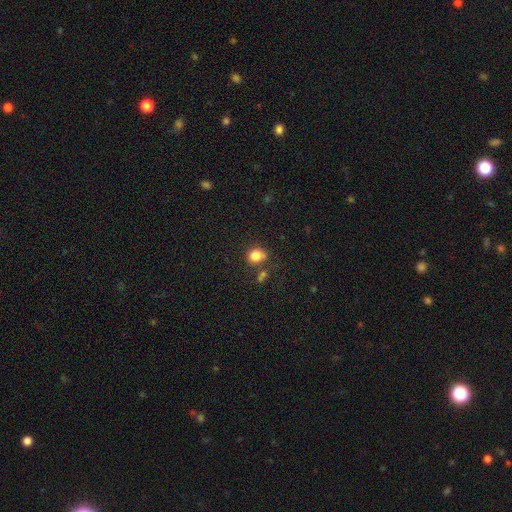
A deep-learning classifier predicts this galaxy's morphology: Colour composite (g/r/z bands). It shows a smooth galaxy with no disk features (82%) that is round (70%). Merging: none (66%).